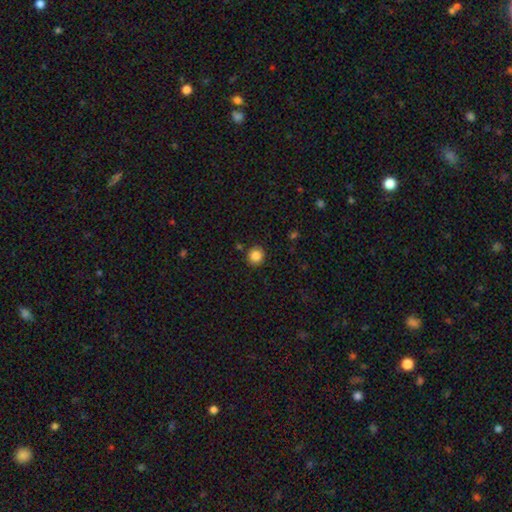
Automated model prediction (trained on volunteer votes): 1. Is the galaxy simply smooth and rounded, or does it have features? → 85% smooth, 10% star or artifact, 4% featured or disk.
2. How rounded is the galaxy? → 91% round, 8% in between, 1% cigar-shaped.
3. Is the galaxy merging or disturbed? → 88% none, 7% minor disturbance, 3% merger, 2% major disturbance.